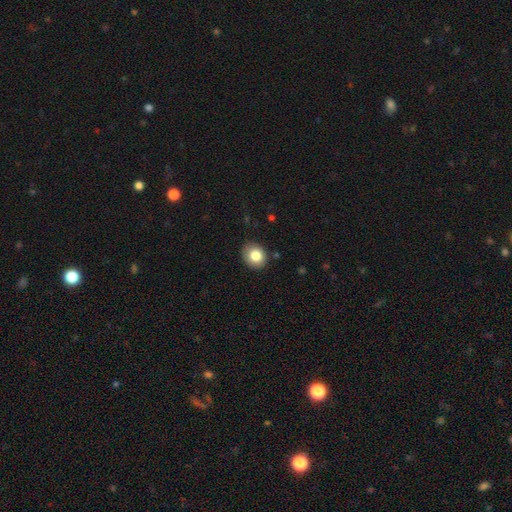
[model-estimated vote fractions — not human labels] Smooth or featured? smooth (82%)
How rounded? round (69%)
Merging? none (85%)